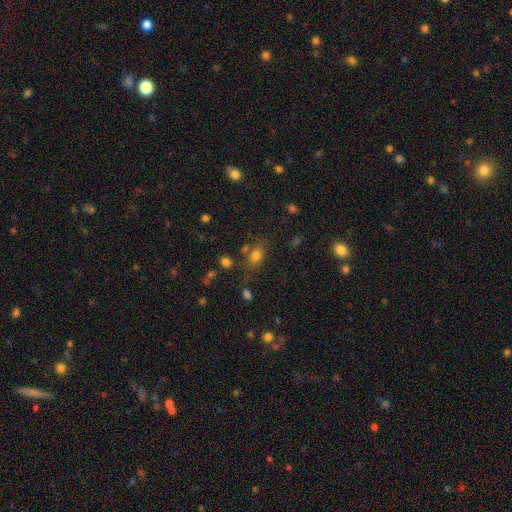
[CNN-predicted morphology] This appears to be a smooth galaxy with no disk features (76%) that is in between round and cigar-shaped (70%). Merging: none (65%).